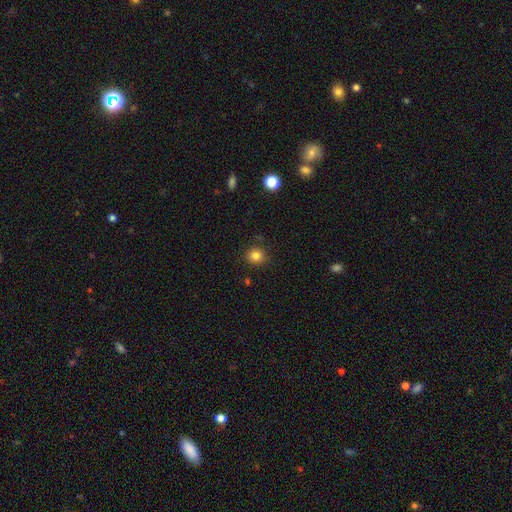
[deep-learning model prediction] This is clearly a smooth galaxy (83%). How rounded: clearly round (88%). Merging: clearly none (88%).